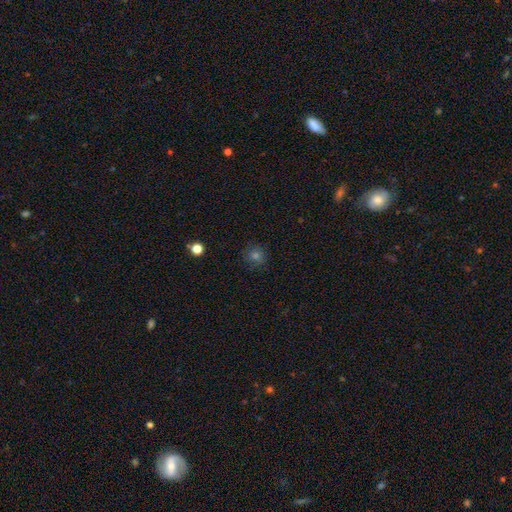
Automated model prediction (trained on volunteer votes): Smooth or featured: smooth — 69% (star or artifact — 22%)
How rounded: round — 89% (in between — 10%)
Merging: none — 86% (minor disturbance — 10%)